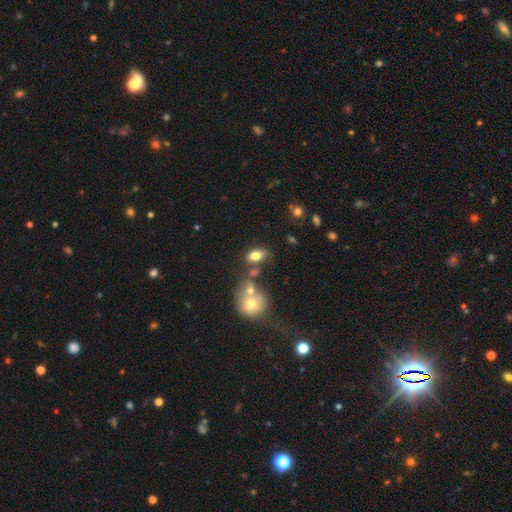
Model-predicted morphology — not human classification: A smooth galaxy with no disk features (77%) that is in between round and cigar-shaped (84%).

Vote fractions:
- Smooth or featured? smooth: 77% / featured or disk: 12% / star or artifact: 11%
- How rounded? in between: 84% / round: 13% / cigar-shaped: 3%
- Merging? none: 56% / merger: 21% / minor disturbance: 16% / major disturbance: 7%